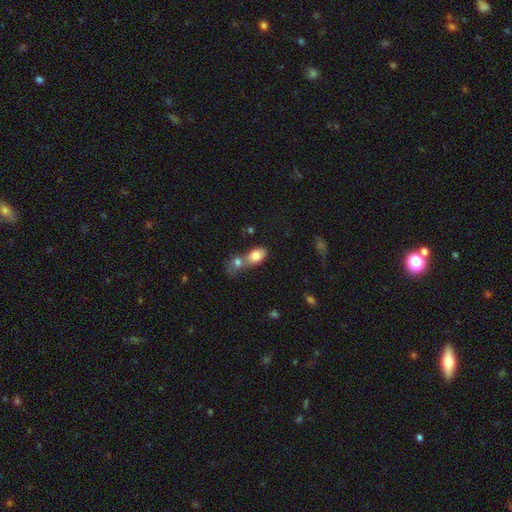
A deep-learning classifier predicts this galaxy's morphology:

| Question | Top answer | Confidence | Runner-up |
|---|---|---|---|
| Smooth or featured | smooth | 78% | featured or disk (14%) |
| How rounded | in between | 84% | round (13%) |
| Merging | merger | 59% | none (28%) |